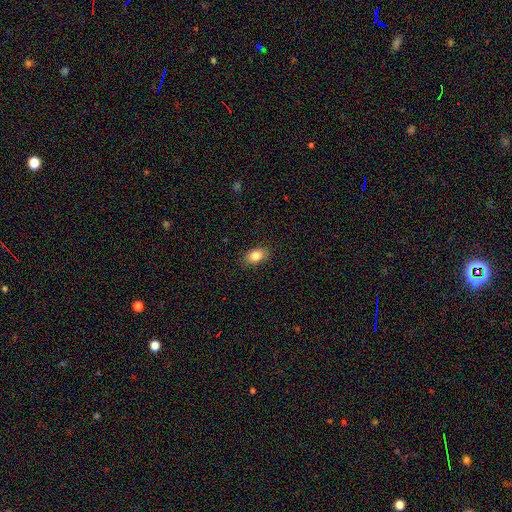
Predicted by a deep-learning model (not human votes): Q: Smooth or featured?
A: smooth (83%); runner-up: featured or disk (9%)
Q: How rounded?
A: in between (86%); runner-up: round (11%)
Q: Merging?
A: none (86%); runner-up: minor disturbance (11%)